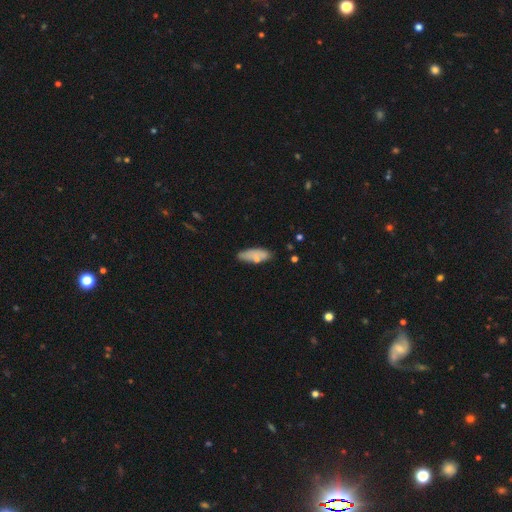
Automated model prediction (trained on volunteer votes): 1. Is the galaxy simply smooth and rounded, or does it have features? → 77% smooth, 16% featured or disk, 7% star or artifact.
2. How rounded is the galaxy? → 65% in between, 32% cigar-shaped, 2% round.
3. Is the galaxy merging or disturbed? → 72% none, 19% minor disturbance, 6% merger, 4% major disturbance.